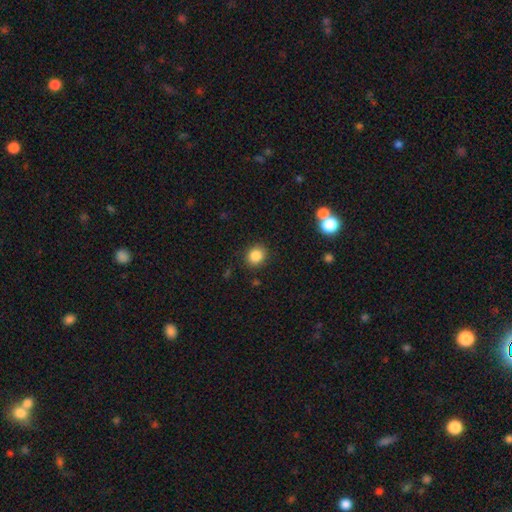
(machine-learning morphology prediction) smooth 85%, star or artifact 11%, featured or disk 4%. Down the decision tree: how rounded — round (81%); merging — none (89%).